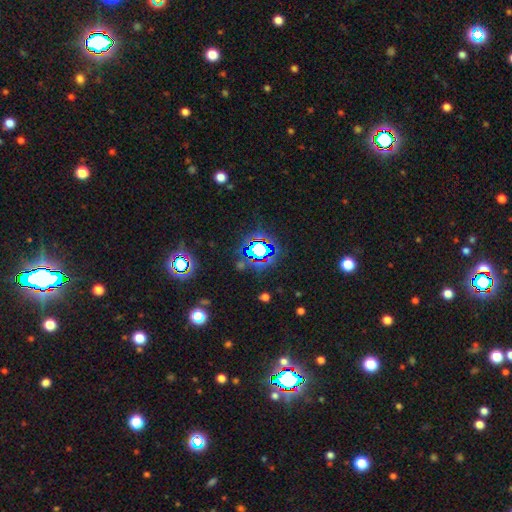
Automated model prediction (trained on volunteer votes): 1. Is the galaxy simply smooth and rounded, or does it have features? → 82% star or artifact, 11% smooth, 7% featured or disk.